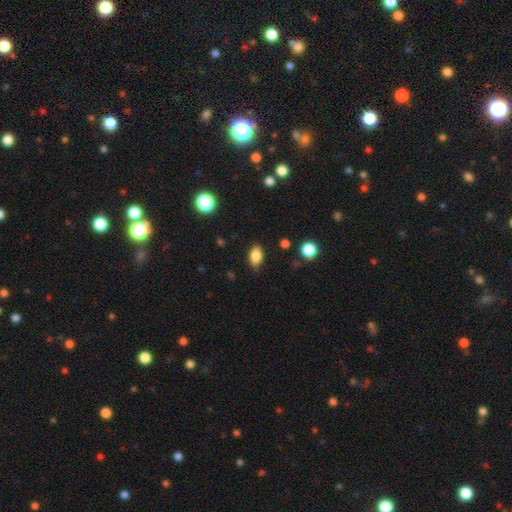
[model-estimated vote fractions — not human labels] A smooth galaxy with no disk features (84%) that is in between round and cigar-shaped (86%). Merging: none (81%).